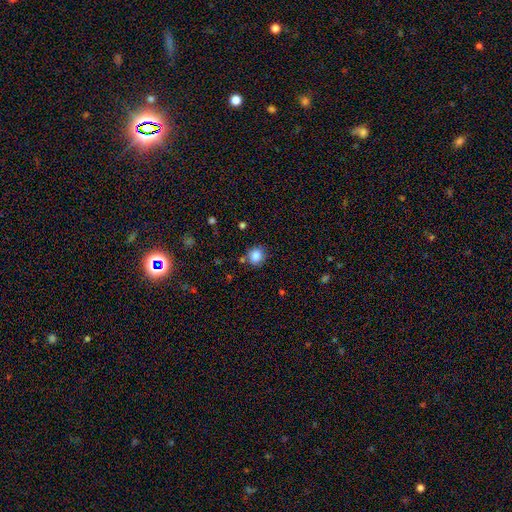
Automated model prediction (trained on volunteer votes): A smooth galaxy with no disk features (85%) that is round (88%). Merging: none (80%).